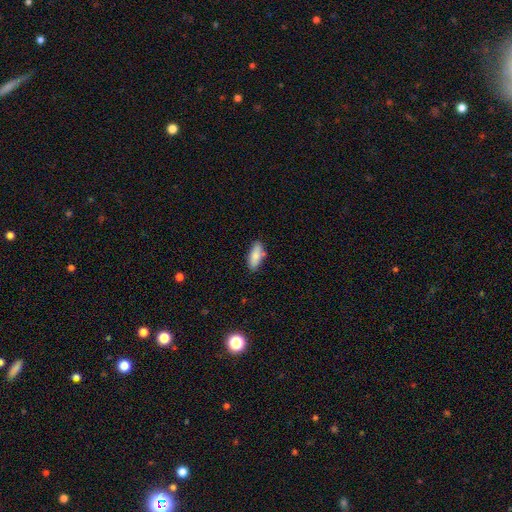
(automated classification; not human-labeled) smooth-or-featured: smooth: 81% | featured or disk: 12% | star or artifact: 7%
  how-rounded: in between: 81% | cigar-shaped: 17% | round: 2%
  merging: none: 77% | minor disturbance: 17% | merger: 4% | major disturbance: 3%